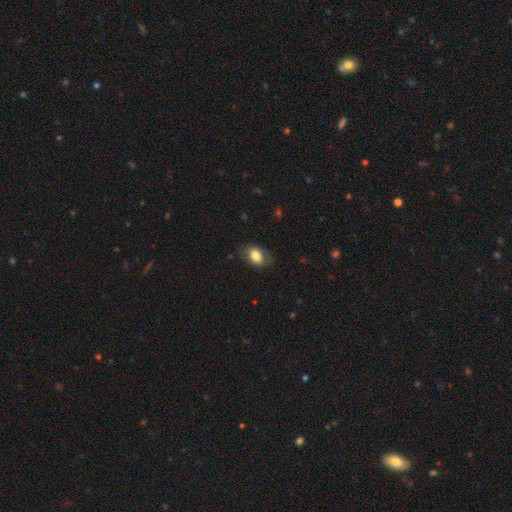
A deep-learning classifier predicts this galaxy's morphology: This appears to be a smooth galaxy with no disk features (80%) that is in between round and cigar-shaped (84%). Merging: none (75%).